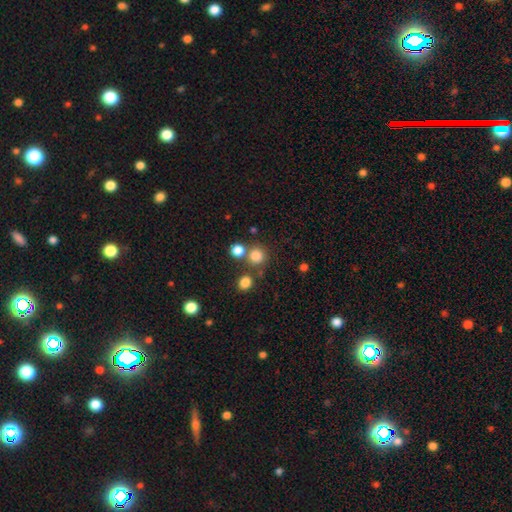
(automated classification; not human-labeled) The model was most divided on "merging": none: 70%, merger: 19%, minor disturbance: 8%, major disturbance: 3%. More confident: how rounded — round (90%); smooth or featured — smooth (79%).